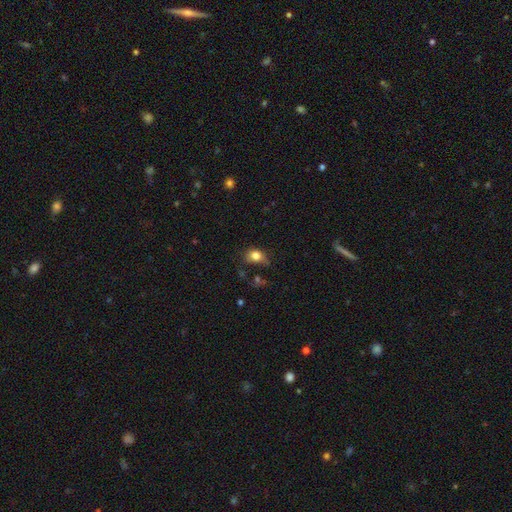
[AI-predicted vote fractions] Smooth or featured? smooth (80%)
How rounded? in between (59%)
Merging? none (43%)